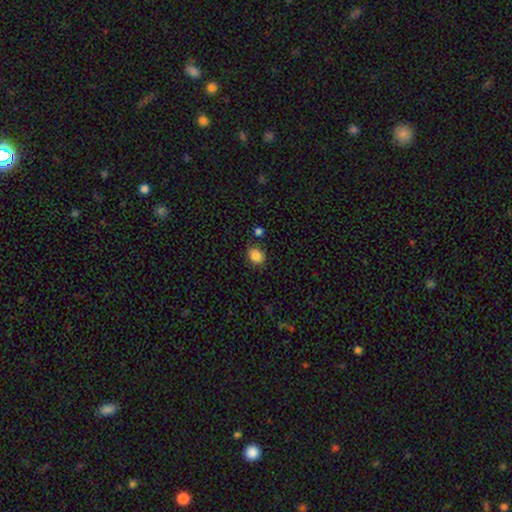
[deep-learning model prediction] Morphology: type=smooth (86%); roundness=round (54%); merging=none (80%).